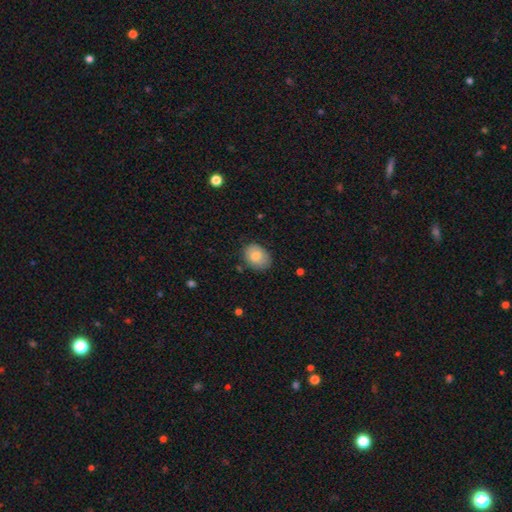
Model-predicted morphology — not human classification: smooth-or-featured: smooth: 79% | featured or disk: 13% | star or artifact: 8%
  how-rounded: in between: 66% | round: 33% | cigar-shaped: 1%
  merging: none: 77% | minor disturbance: 18% | major disturbance: 3% | merger: 2%